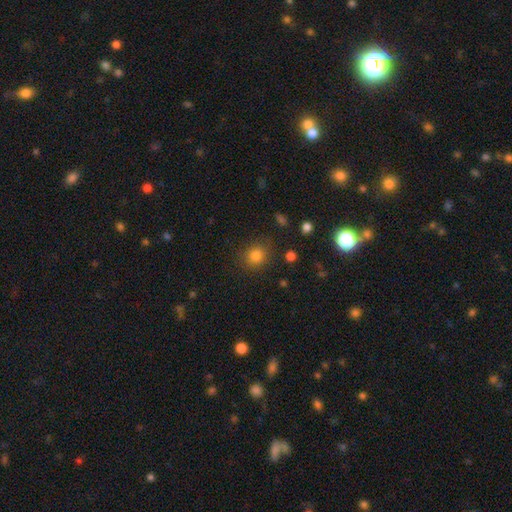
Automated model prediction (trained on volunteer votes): Q: Smooth or featured?
A: smooth (82%); runner-up: star or artifact (13%)
Q: How rounded?
A: round (81%); runner-up: in between (18%)
Q: Merging?
A: none (83%); runner-up: minor disturbance (11%)